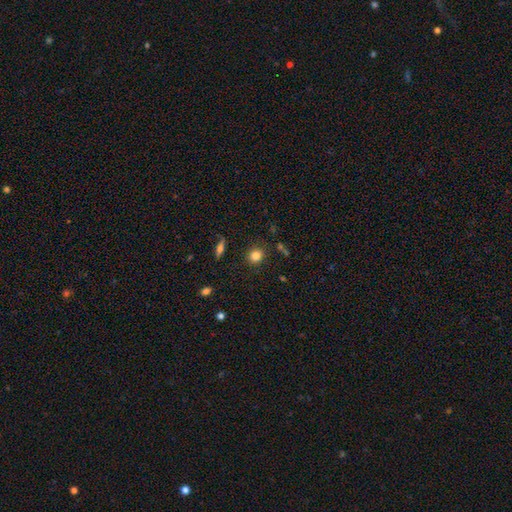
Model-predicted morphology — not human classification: This appears to be a smooth galaxy with no disk features (83%) that is round (75%). Merging: none (86%).